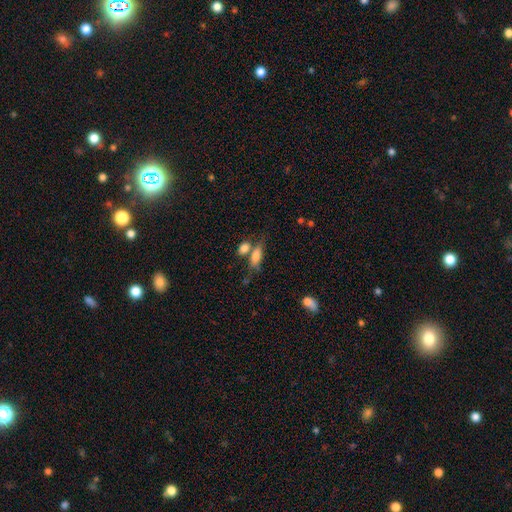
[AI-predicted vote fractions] This is likely a smooth galaxy (80%). How rounded: likely in between (75%). Merging: possibly none (46%).